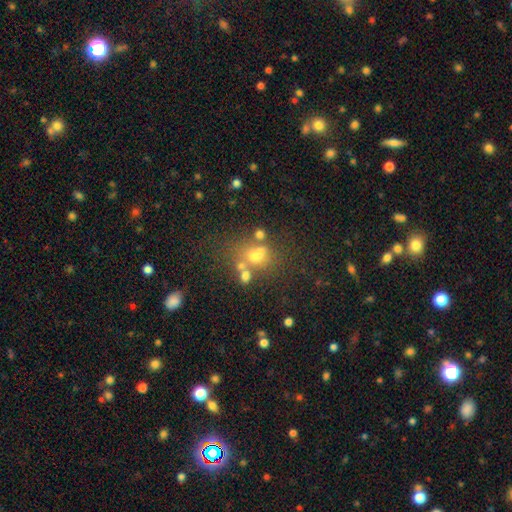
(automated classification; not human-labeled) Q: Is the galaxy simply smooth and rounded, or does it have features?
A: smooth — 51%.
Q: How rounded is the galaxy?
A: round — 56%.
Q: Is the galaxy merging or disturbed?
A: none — 44%.